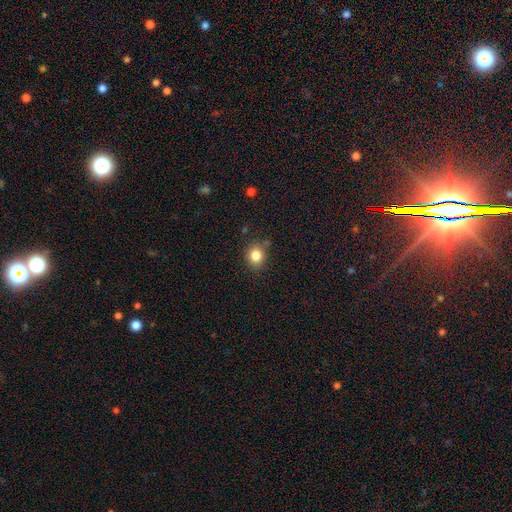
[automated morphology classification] A smooth galaxy with no disk features (83%) that is round (76%). Merging: none (83%).